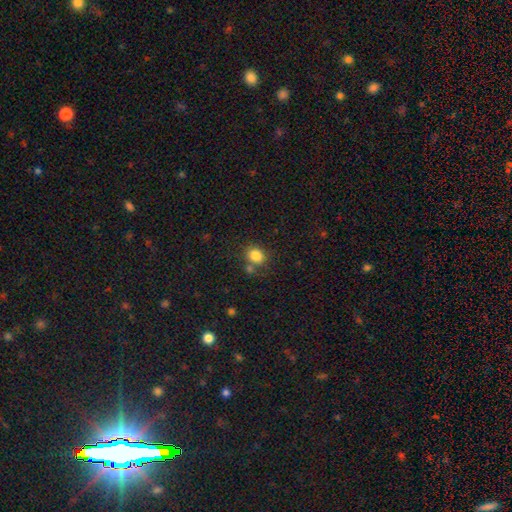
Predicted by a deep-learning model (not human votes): Smooth or featured: smooth — 84% (star or artifact — 11%)
How rounded: round — 61% (in between — 39%)
Merging: none — 68% (merger — 15%)